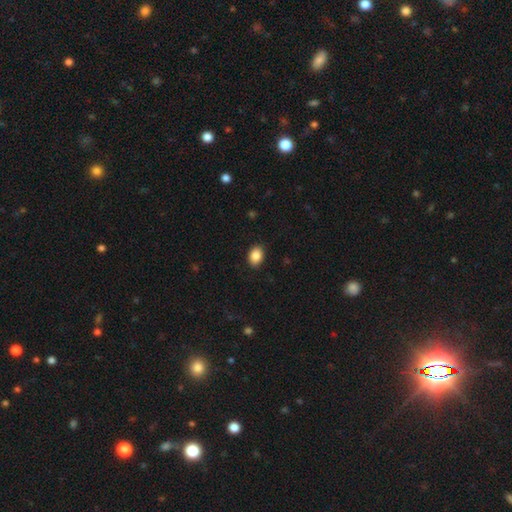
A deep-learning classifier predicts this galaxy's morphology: type=smooth (87%); roundness=in between (76%); merging=none (89%).